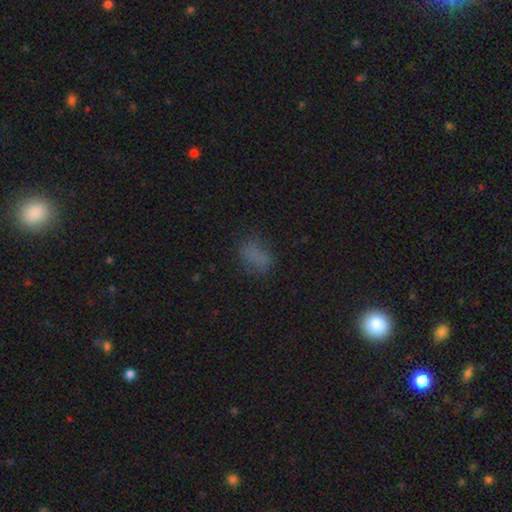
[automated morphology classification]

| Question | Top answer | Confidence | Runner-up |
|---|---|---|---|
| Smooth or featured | smooth | 68% | star or artifact (19%) |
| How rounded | in between | 80% | round (17%) |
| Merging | none | 64% | minor disturbance (22%) |